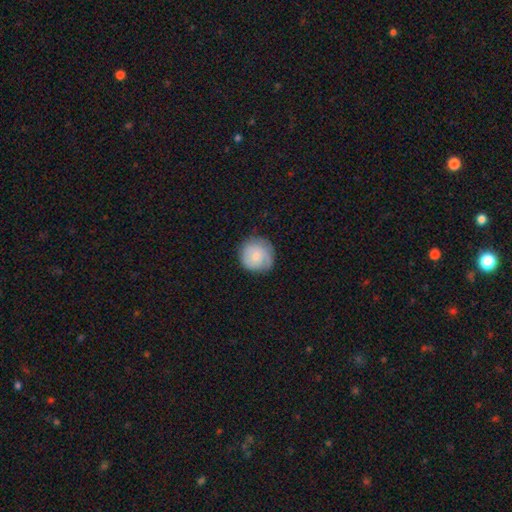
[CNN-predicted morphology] smooth_or_featured: smooth (p=0.66) [alt: featured or disk p=0.28]
how_rounded: round (p=0.92) [alt: in between p=0.07]
merging: none (p=0.75) [alt: minor disturbance p=0.19]